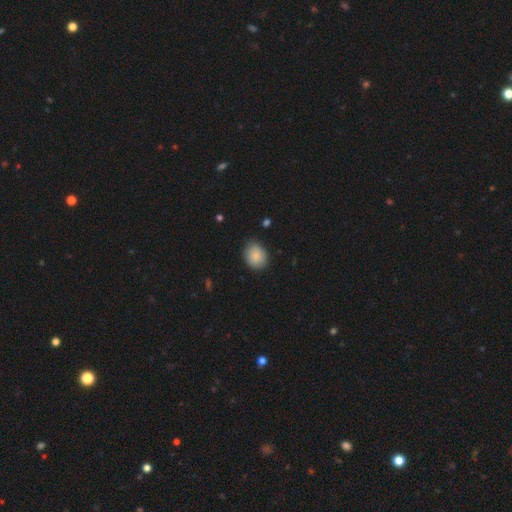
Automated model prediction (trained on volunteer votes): This appears to be a smooth galaxy with no disk features (87%) that is round (52%). Merging: none (80%).